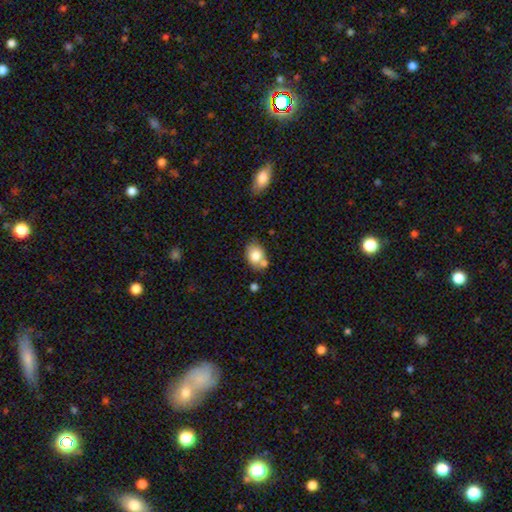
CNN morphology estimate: This appears to be a smooth galaxy with no disk features (79%) that is in between round and cigar-shaped (64%). Merging: none (56%).